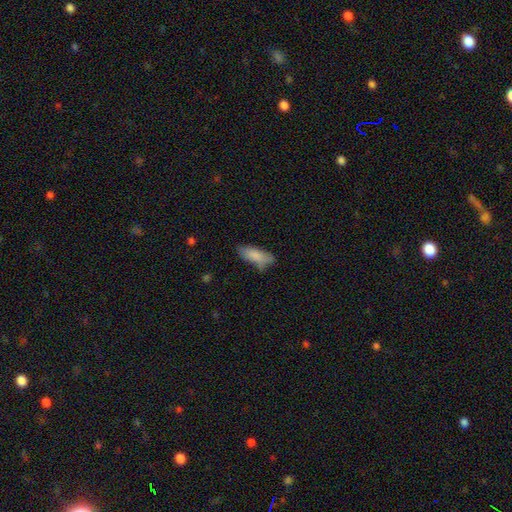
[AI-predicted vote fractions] A smooth galaxy with no disk features (84%) that is in between round and cigar-shaped (71%).

Vote fractions:
- Smooth or featured? smooth: 84% / featured or disk: 9% / star or artifact: 7%
- How rounded? in between: 71% / cigar-shaped: 27% / round: 2%
- Merging? none: 59% / minor disturbance: 28% / major disturbance: 8% / merger: 5%